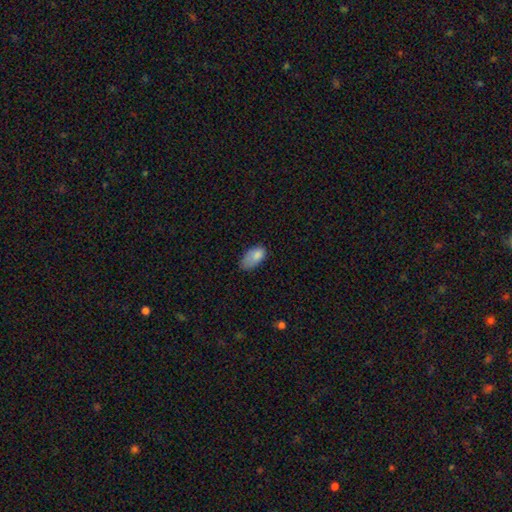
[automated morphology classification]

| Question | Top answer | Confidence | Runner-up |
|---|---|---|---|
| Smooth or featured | smooth | 82% | featured or disk (9%) |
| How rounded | in between | 93% | round (5%) |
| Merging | minor disturbance | 40% | none (38%) |